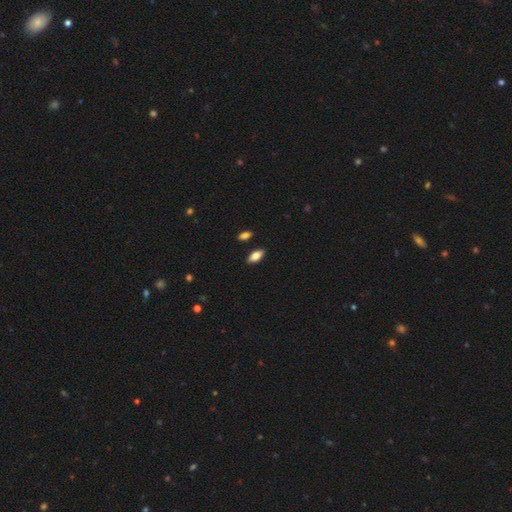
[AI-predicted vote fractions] This appears to be a smooth galaxy with no disk features (78%) that is in between round and cigar-shaped (88%). Merging: none (87%).